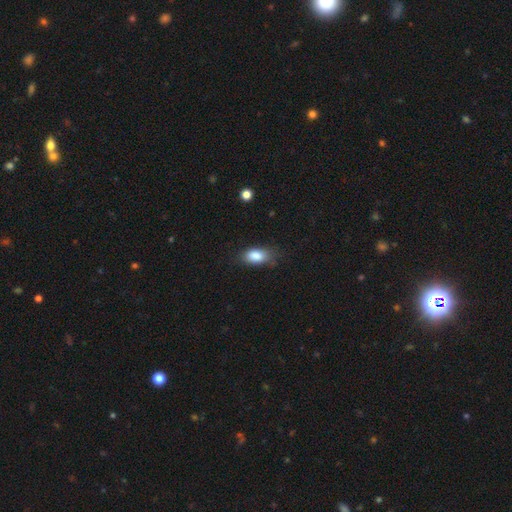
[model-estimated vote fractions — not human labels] This is clearly a smooth galaxy (86%). How rounded: clearly in between (89%). Merging: likely none (68%).